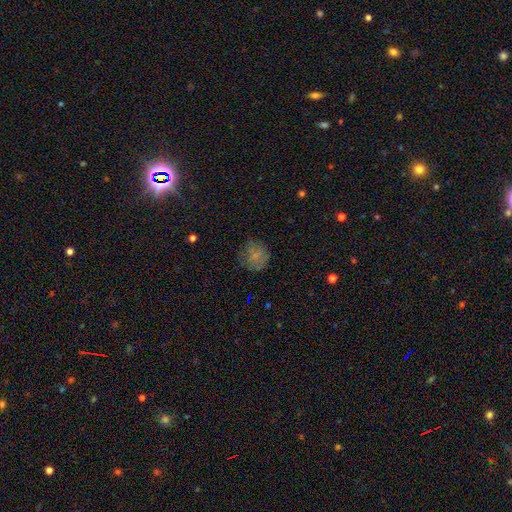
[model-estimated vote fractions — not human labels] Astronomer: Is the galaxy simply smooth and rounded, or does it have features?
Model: smooth — 68%.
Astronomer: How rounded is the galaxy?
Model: round — 81%.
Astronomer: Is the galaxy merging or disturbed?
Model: none — 66%.